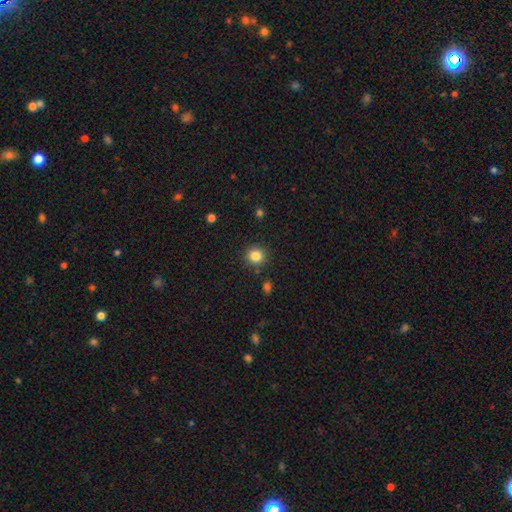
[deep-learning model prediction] A smooth galaxy with no disk features (84%) that is round (92%).

Vote fractions:
- Smooth or featured? smooth: 84% / star or artifact: 11% / featured or disk: 5%
- How rounded? round: 92% / in between: 7% / cigar-shaped: 1%
- Merging? none: 89% / minor disturbance: 6% / merger: 2% / major disturbance: 2%